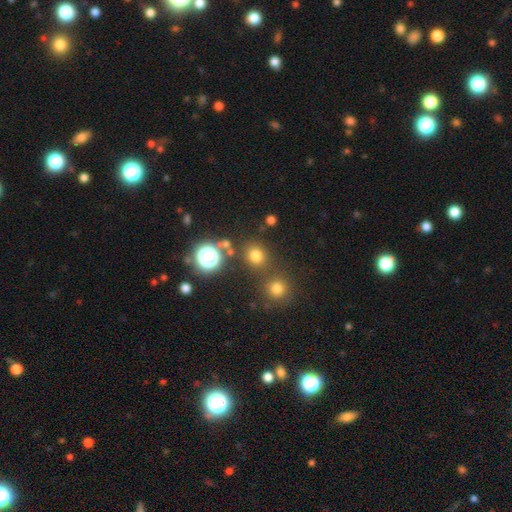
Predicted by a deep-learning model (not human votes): Overall: smooth (70%). How rounded: round (82%). Merging: none (77%).